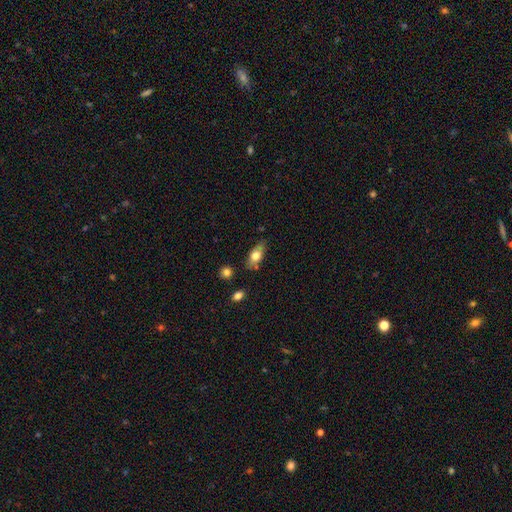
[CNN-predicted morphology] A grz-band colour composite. It shows a smooth galaxy with no disk features (70%) that is in between round and cigar-shaped (81%). Merging: none (73%).